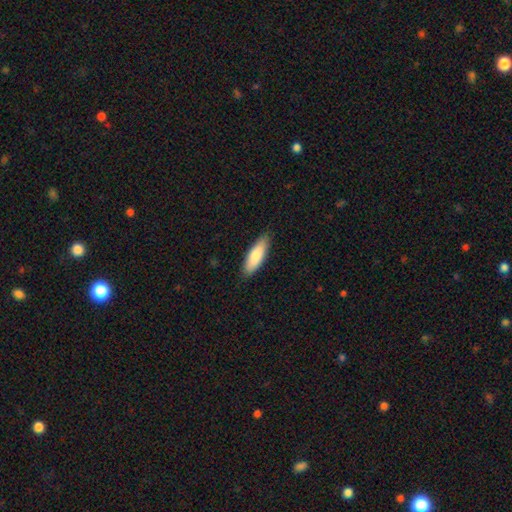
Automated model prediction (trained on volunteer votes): Smooth or featured: smooth — 84% (featured or disk — 10%)
How rounded: in between — 51% (cigar-shaped — 47%)
Merging: none — 86% (minor disturbance — 11%)